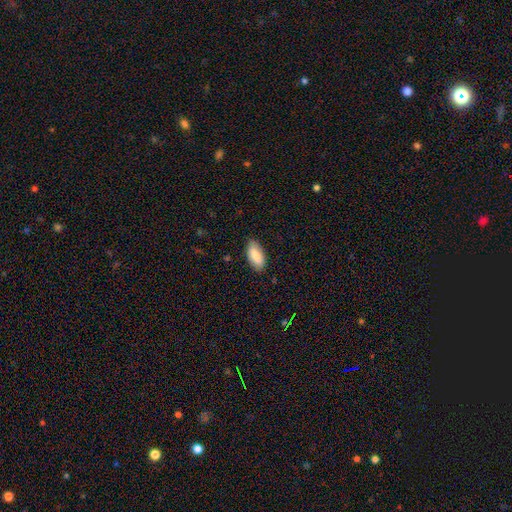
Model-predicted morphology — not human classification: A smooth galaxy with no disk features (82%) that is in between round and cigar-shaped (90%).

Vote fractions:
- Smooth or featured? smooth: 82% / featured or disk: 11% / star or artifact: 6%
- How rounded? in between: 90% / cigar-shaped: 7% / round: 2%
- Merging? none: 83% / minor disturbance: 13% / major disturbance: 3% / merger: 1%